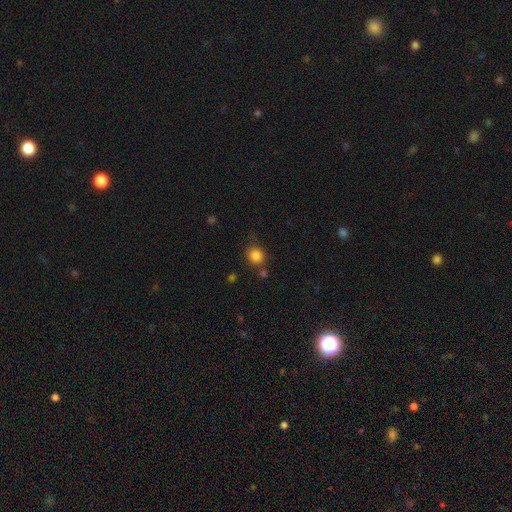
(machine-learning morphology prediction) Overall: smooth (84%). How rounded: round (79%). Merging: none (72%).